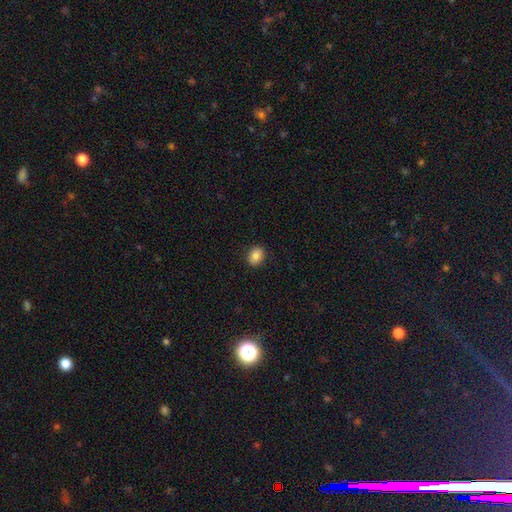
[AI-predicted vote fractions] smooth 86%, star or artifact 9%, featured or disk 5%. Down the decision tree: how rounded — in between (62%); merging — none (90%).